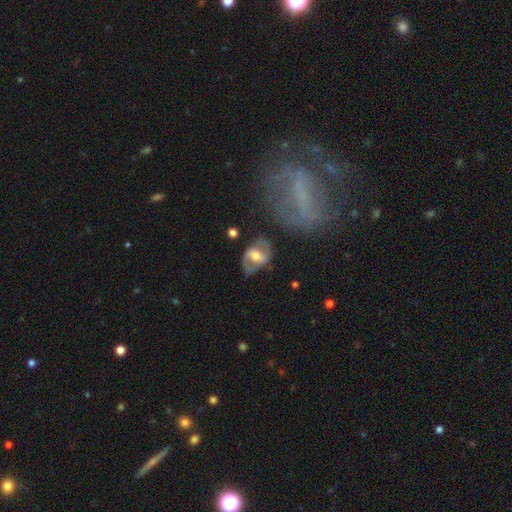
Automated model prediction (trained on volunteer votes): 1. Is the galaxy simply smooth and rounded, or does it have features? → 70% featured or disk, 23% smooth, 6% star or artifact.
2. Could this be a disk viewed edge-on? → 95% no, 5% yes.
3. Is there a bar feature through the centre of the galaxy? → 43% weak, 36% strong, 21% no.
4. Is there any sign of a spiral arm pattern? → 76% yes, 24% no.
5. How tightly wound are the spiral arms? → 43% medium, 37% loose, 20% tight.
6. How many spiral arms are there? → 84% 2, 10% can't tell, 3% 1, 1% 3, 1% 4, 1% more than 4.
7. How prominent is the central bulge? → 65% moderate, 23% small, 9% large, 2% none, 1% dominant.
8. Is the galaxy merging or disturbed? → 67% none, 19% minor disturbance, 10% major disturbance, 3% merger.